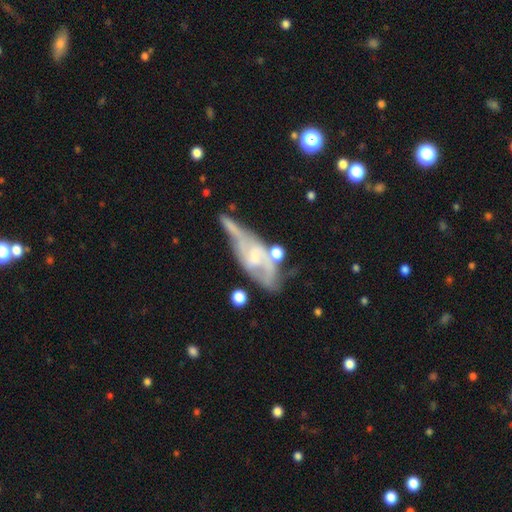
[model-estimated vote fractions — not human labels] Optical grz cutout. It shows a featured or disk galaxy (72%) with no bar (48%), spiral arms (62%) and a small central bulge (45%). Merging: none (39%).